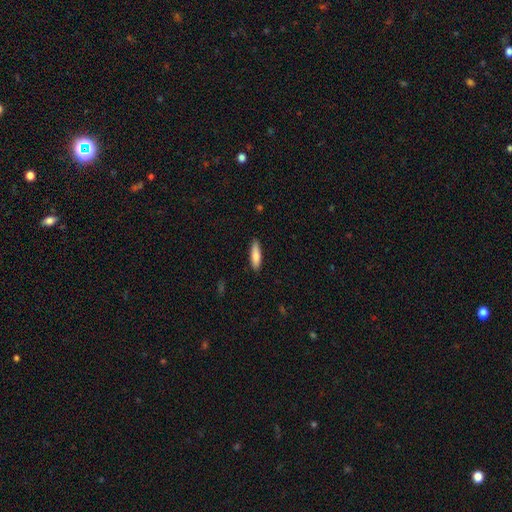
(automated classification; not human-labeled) The model was most divided on "how rounded": cigar-shaped: 65%, in between: 34%, round: 2%. More confident: merging — none (88%); smooth or featured — smooth (82%).